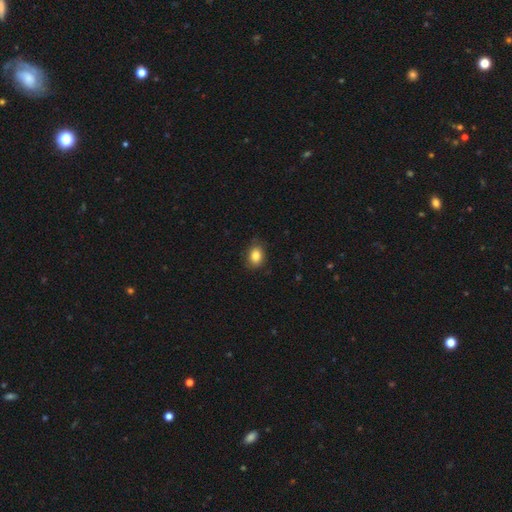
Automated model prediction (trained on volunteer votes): A smooth galaxy with no disk features (85%) that is in between round and cigar-shaped (67%). Merging: none (82%).